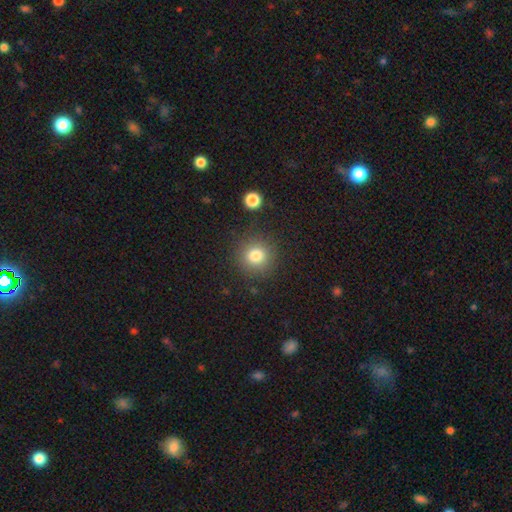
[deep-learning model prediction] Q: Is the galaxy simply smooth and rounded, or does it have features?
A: smooth — 80%.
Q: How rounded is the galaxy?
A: round — 93%.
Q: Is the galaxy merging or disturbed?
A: none — 87%.